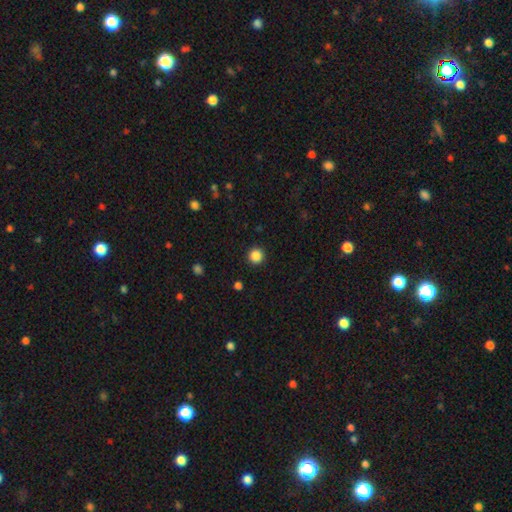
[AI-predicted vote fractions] Smooth or featured: smooth — 86% (star or artifact — 11%)
How rounded: round — 94% (in between — 5%)
Merging: none — 92% (minor disturbance — 5%)